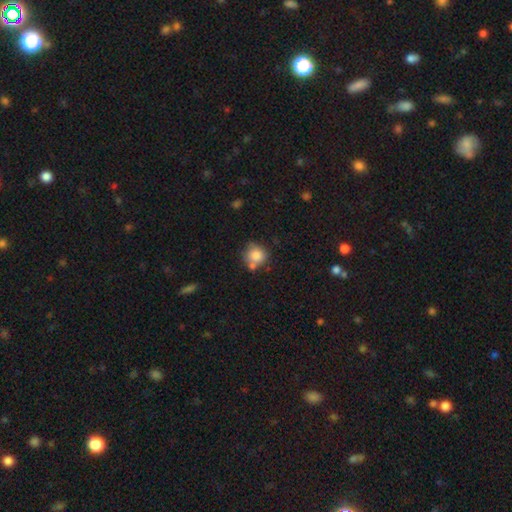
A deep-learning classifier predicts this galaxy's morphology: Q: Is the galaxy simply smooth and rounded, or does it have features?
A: smooth — 81%.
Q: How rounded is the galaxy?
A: round — 88%.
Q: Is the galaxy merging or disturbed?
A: none — 61%.